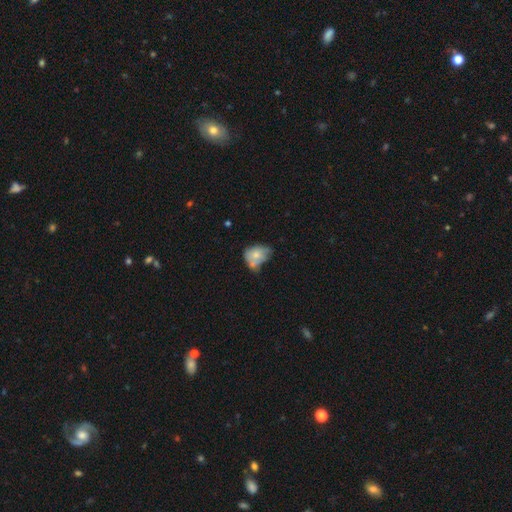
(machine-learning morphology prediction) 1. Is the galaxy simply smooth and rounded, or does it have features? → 62% smooth, 29% featured or disk, 9% star or artifact.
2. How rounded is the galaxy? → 62% in between, 37% round, 1% cigar-shaped.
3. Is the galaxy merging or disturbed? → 30% minor disturbance, 28% none, 26% merger, 16% major disturbance.